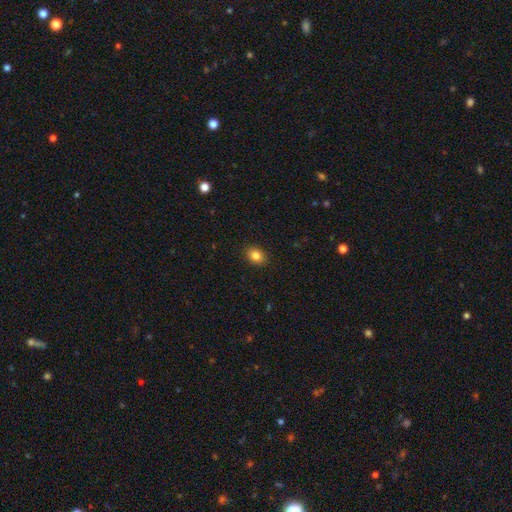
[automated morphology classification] smooth_or_featured: smooth (p=0.83) [alt: star or artifact p=0.10]
how_rounded: in between (p=0.58) [alt: round p=0.41]
merging: none (p=0.90) [alt: minor disturbance p=0.07]